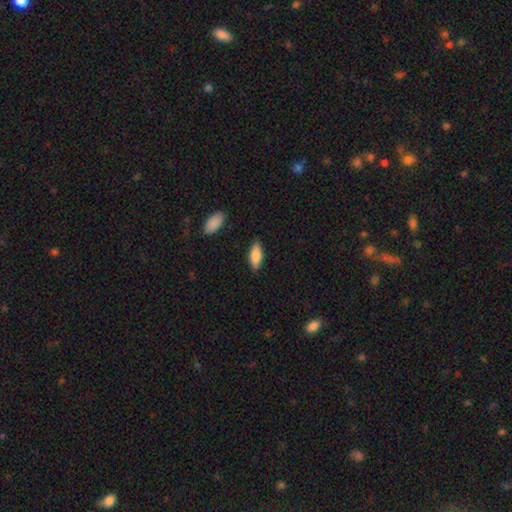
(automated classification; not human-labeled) A smooth galaxy with no disk features (84%) that is in between round and cigar-shaped (79%). Merging: none (85%).